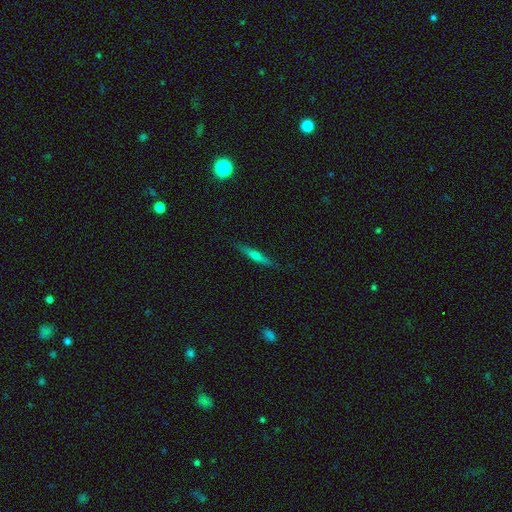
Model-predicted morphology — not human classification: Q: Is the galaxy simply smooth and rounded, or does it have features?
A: featured or disk — 53%.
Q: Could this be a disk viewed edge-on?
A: yes — 96%.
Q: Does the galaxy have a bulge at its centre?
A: rounded — 78%.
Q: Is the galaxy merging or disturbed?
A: none — 89%.